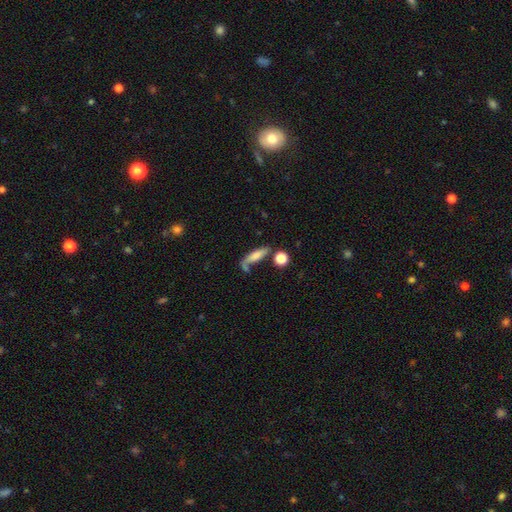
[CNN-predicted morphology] Smooth or featured: smooth — 66% (featured or disk — 25%)
How rounded: cigar-shaped — 61% (in between — 35%)
Merging: none — 51% (minor disturbance — 19%)